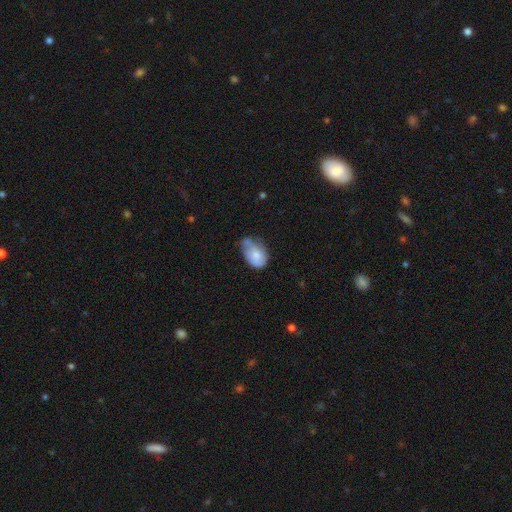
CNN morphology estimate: Smooth or featured?
  - smooth: 64% *
  - featured or disk: 29%
  - star or artifact: 7%
How rounded?
  - in between: 85% *
  - round: 13%
  - cigar-shaped: 1%
Merging?
  - minor disturbance: 45% *
  - none: 29%
  - major disturbance: 17%
  - merger: 9%